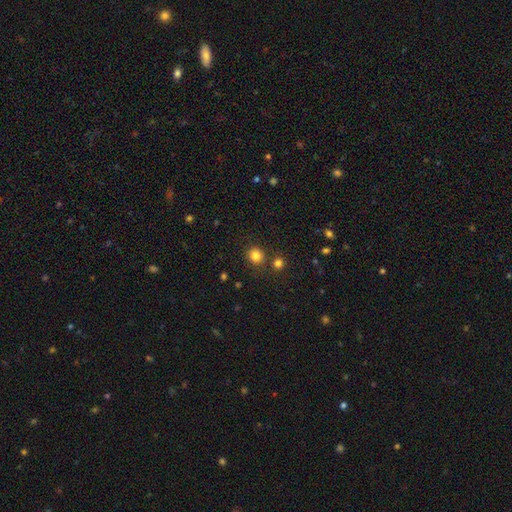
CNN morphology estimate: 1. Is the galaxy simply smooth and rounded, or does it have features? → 83% smooth, 13% star or artifact, 4% featured or disk.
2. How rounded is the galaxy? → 87% round, 12% in between, 1% cigar-shaped.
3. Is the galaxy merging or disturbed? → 82% none, 8% merger, 8% minor disturbance, 3% major disturbance.